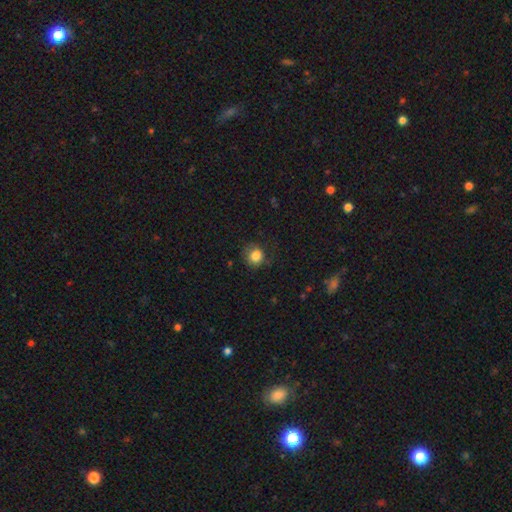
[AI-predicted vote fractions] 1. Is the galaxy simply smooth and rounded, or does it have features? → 81% smooth, 10% featured or disk, 9% star or artifact.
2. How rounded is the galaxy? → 81% round, 18% in between, 1% cigar-shaped.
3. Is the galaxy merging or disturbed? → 65% none, 21% minor disturbance, 12% major disturbance, 1% merger.